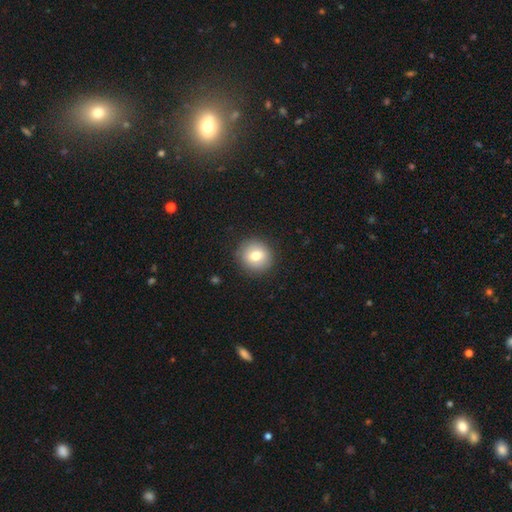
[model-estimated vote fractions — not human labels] This is likely a smooth galaxy (73%). How rounded: clearly round (91%). Merging: clearly none (89%).